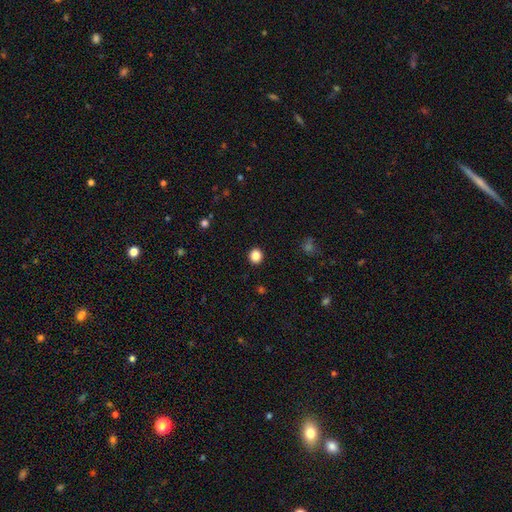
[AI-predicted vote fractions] Smooth or featured?
  - smooth: 86% *
  - star or artifact: 11%
  - featured or disk: 3%
How rounded?
  - round: 84% *
  - in between: 15%
  - cigar-shaped: 1%
Merging?
  - none: 92% *
  - minor disturbance: 5%
  - major disturbance: 2%
  - merger: 1%